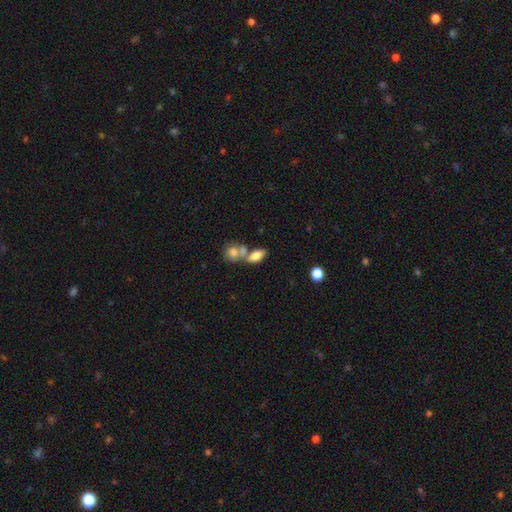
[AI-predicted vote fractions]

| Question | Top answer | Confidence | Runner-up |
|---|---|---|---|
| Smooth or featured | smooth | 77% | featured or disk (15%) |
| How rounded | in between | 84% | cigar-shaped (9%) |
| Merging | merger | 45% | none (39%) |